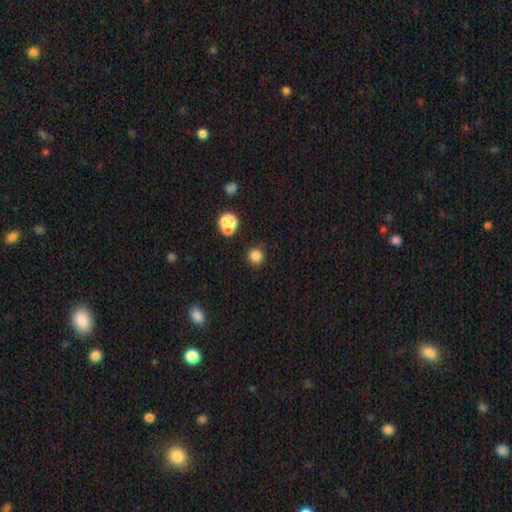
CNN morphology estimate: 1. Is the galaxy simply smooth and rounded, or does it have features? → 83% smooth, 13% star or artifact, 4% featured or disk.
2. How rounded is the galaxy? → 93% round, 6% in between, 1% cigar-shaped.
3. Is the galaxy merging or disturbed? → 85% none, 9% minor disturbance, 4% merger, 3% major disturbance.